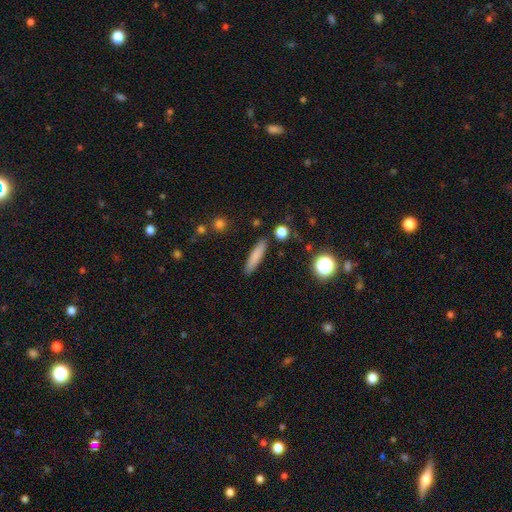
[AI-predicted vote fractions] Smooth or featured? smooth (80%)
How rounded? cigar-shaped (84%)
Merging? none (88%)